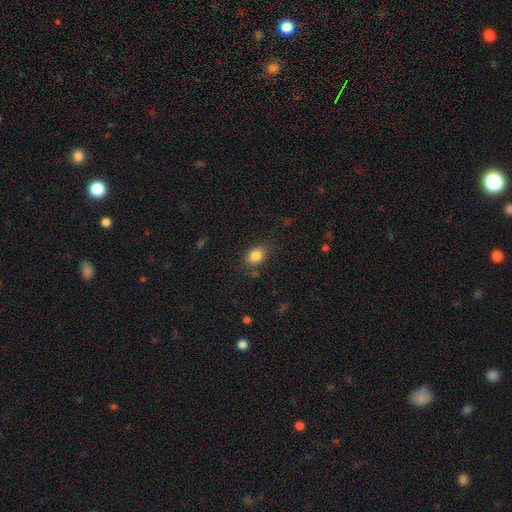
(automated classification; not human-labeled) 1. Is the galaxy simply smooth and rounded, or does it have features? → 84% smooth, 10% star or artifact, 6% featured or disk.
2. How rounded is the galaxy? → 70% in between, 29% round, 1% cigar-shaped.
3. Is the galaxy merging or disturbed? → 78% none, 15% minor disturbance, 4% major disturbance, 3% merger.